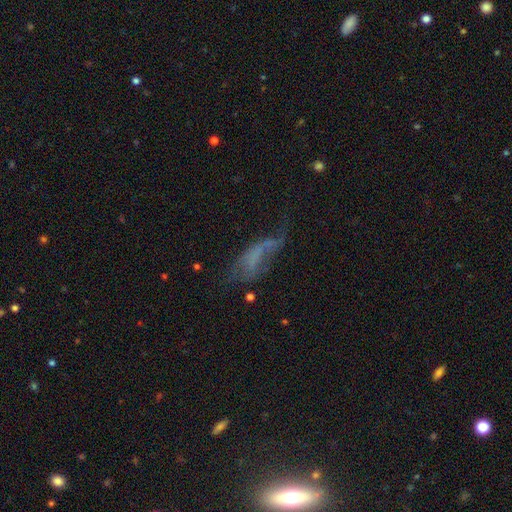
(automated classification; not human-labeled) The model was most divided on "smooth or featured": featured or disk: 42%, smooth: 41%, star or artifact: 17%. Remaining: merging — major disturbance (39%).